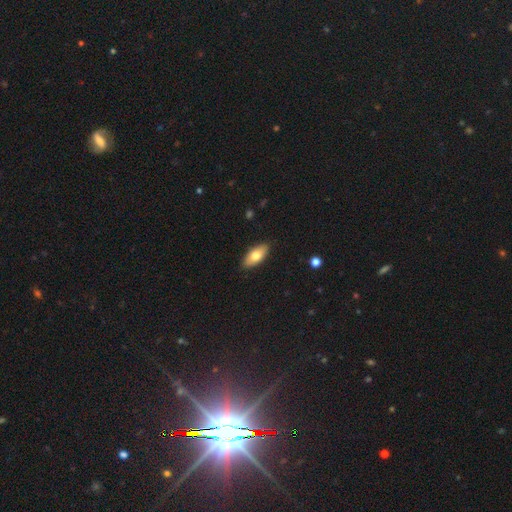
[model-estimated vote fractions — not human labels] Smooth or featured?
  - smooth: 74% *
  - featured or disk: 20%
  - star or artifact: 6%
How rounded?
  - in between: 87% *
  - cigar-shaped: 11%
  - round: 3%
Merging?
  - none: 88% *
  - minor disturbance: 9%
  - major disturbance: 2%
  - merger: 1%